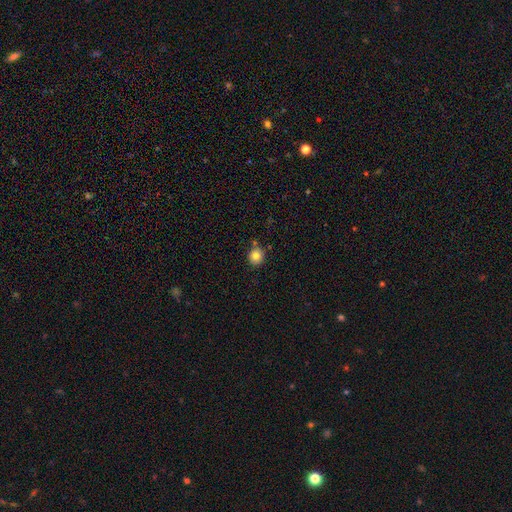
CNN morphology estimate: A smooth galaxy with no disk features (81%) that is round (88%). Merging: none (81%).